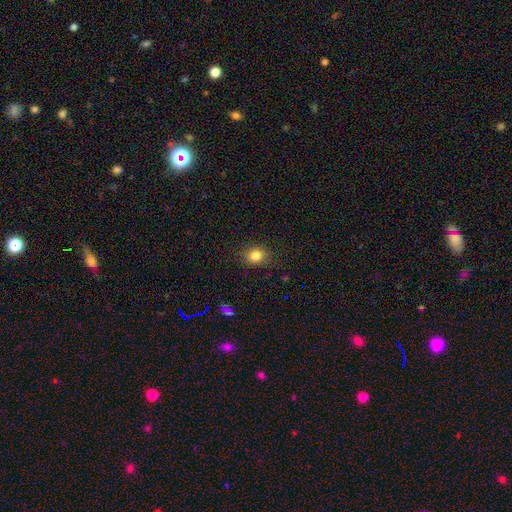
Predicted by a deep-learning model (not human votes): Q: Smooth or featured?
A: smooth (83%); runner-up: star or artifact (11%)
Q: How rounded?
A: round (61%); runner-up: in between (38%)
Q: Merging?
A: none (84%); runner-up: minor disturbance (12%)